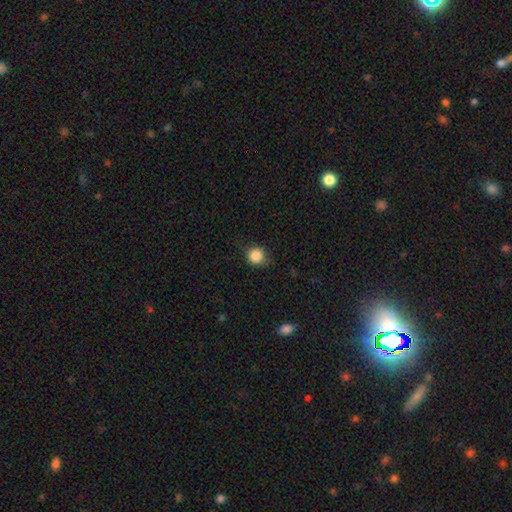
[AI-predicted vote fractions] Smooth or featured?
  - smooth: 86% *
  - star or artifact: 10%
  - featured or disk: 4%
How rounded?
  - round: 86% *
  - in between: 13%
  - cigar-shaped: 1%
Merging?
  - none: 77% *
  - minor disturbance: 18%
  - major disturbance: 4%
  - merger: 1%